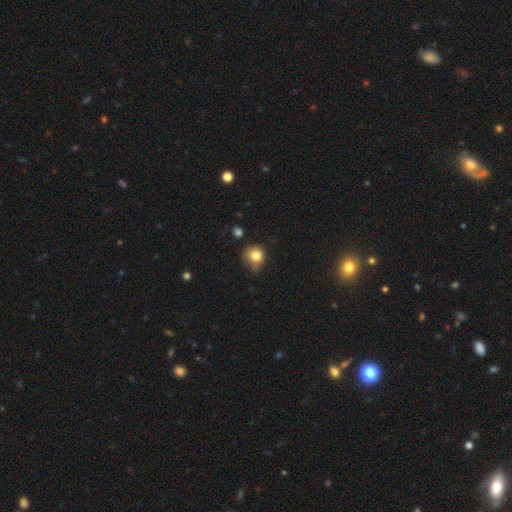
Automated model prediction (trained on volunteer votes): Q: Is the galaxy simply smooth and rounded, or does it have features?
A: smooth — 79%.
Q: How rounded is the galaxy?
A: round — 79%.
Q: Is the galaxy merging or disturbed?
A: none — 51%.